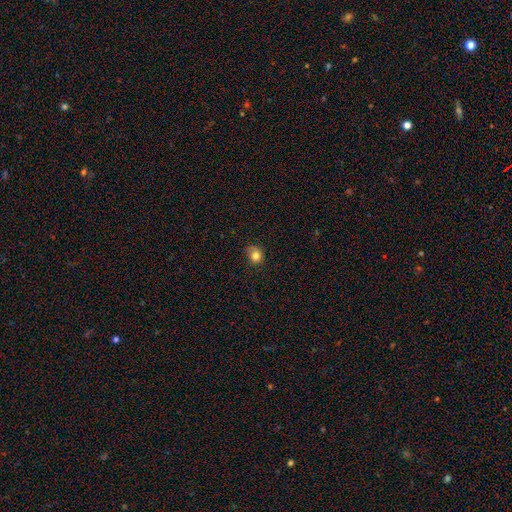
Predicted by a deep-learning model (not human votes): Q: Smooth or featured?
A: smooth (80%); runner-up: star or artifact (12%)
Q: How rounded?
A: round (78%); runner-up: in between (22%)
Q: Merging?
A: none (65%); runner-up: minor disturbance (26%)